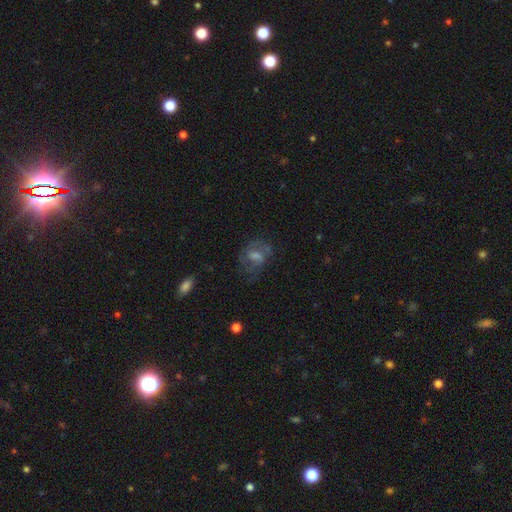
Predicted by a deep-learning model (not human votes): Smooth or featured?
  - featured or disk: 55% *
  - smooth: 29%
  - star or artifact: 16%
Edge-on disk?
  - no: 96% *
  - yes: 4%
Bar?
  - weak: 47% *
  - no: 39%
  - strong: 15%
Spiral arms?
  - yes: 71% *
  - no: 29%
Bulge size?
  - moderate: 39% *
  - small: 30%
  - none: 19%
  - large: 11%
  - dominant: 2%
Merging?
  - none: 61% *
  - minor disturbance: 20%
  - major disturbance: 17%
  - merger: 3%